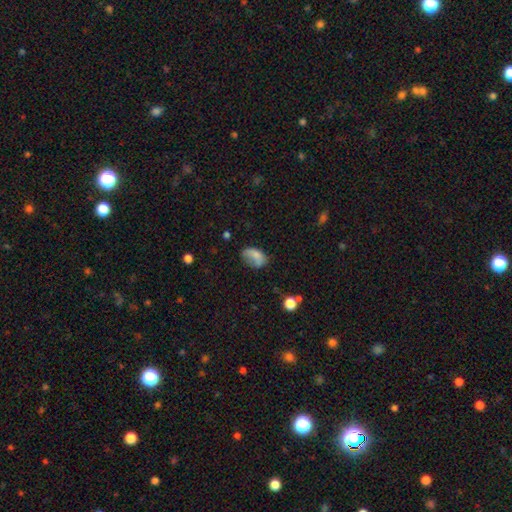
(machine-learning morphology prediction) smooth_or_featured: smooth (p=0.72) [alt: featured or disk p=0.17]
how_rounded: in between (p=0.88) [alt: round p=0.10]
merging: none (p=0.39) [alt: minor disturbance p=0.30]